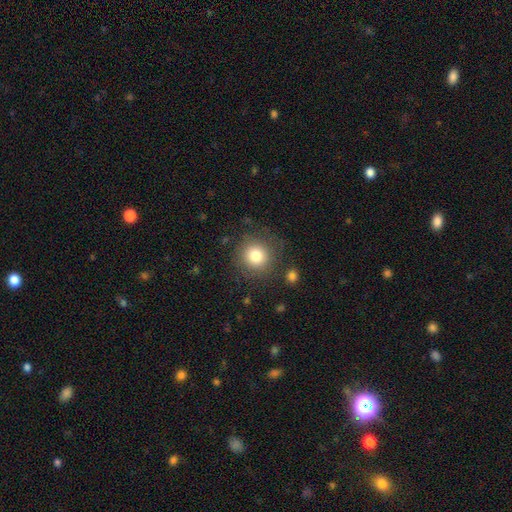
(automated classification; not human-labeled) Morphology: type=smooth (80%); roundness=round (92%); merging=none (84%).